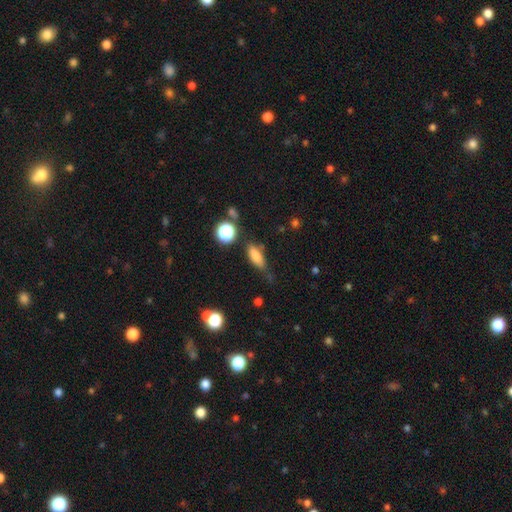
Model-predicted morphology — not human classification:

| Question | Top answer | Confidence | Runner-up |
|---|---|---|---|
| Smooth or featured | smooth | 77% | featured or disk (12%) |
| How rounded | in between | 66% | cigar-shaped (28%) |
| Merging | none | 60% | minor disturbance (26%) |